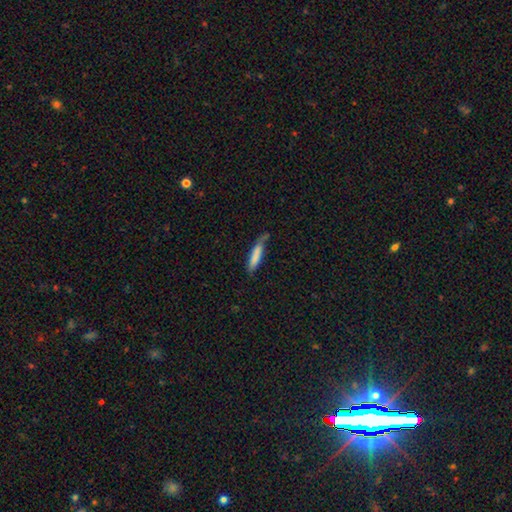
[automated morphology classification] A smooth galaxy with no disk features (78%) that is cigar-shaped (85%).

Vote fractions:
- Smooth or featured? smooth: 78% / featured or disk: 16% / star or artifact: 6%
- How rounded? cigar-shaped: 85% / in between: 14% / round: 1%
- Merging? none: 58% / minor disturbance: 29% / major disturbance: 8% / merger: 5%